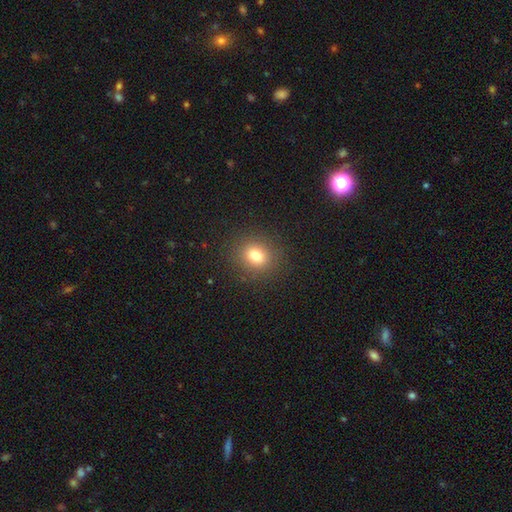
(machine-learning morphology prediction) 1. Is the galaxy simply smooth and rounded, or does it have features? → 78% smooth, 14% star or artifact, 8% featured or disk.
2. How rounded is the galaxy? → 73% round, 26% in between, 1% cigar-shaped.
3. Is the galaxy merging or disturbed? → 88% none, 7% minor disturbance, 3% major disturbance, 1% merger.